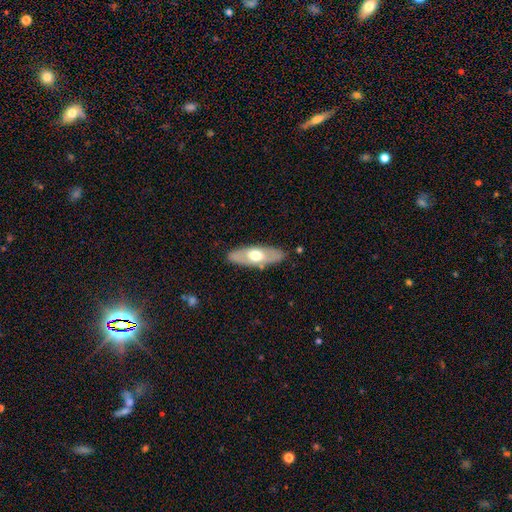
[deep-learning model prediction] Overall: smooth (50%; featured or disk 45%). How rounded: in between (71%). Merging: none (85%).